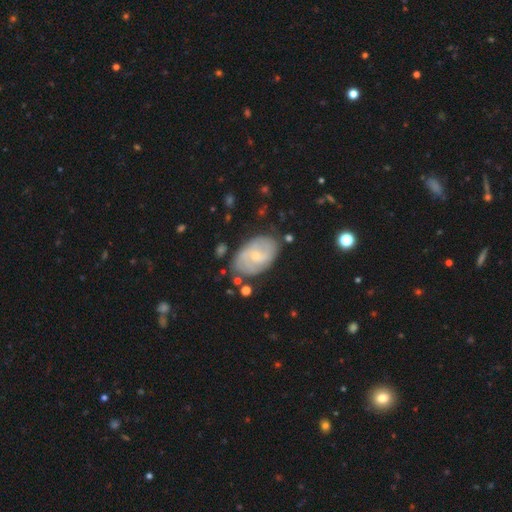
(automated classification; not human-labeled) Smooth or featured?
  - featured or disk: 71% *
  - smooth: 23%
  - star or artifact: 7%
Edge-on disk?
  - no: 96% *
  - yes: 4%
Bar?
  - no: 55% *
  - weak: 38%
  - strong: 7%
Spiral arms?
  - yes: 86% *
  - no: 14%
Spiral winding?
  - tight: 45% *
  - medium: 38%
  - loose: 17%
Spiral arm count?
  - 2: 45% *
  - can't tell: 32%
  - 3: 11%
  - 4: 5%
  - 1: 3%
  - more than 4: 3%
Bulge size?
  - small: 74% *
  - moderate: 22%
  - none: 2%
  - large: 1%
  - dominant: 1%
Merging?
  - none: 75% *
  - minor disturbance: 17%
  - major disturbance: 5%
  - merger: 3%